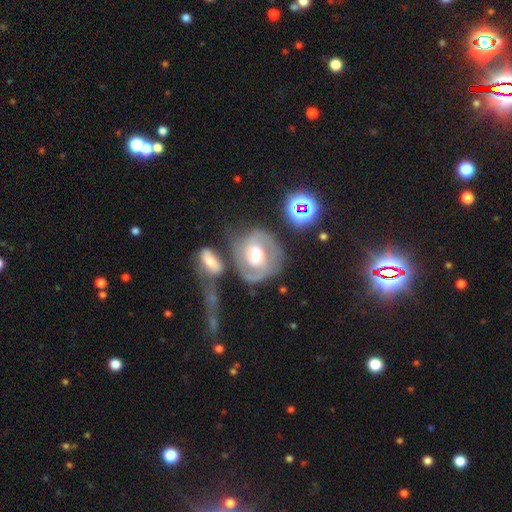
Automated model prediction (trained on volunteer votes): smooth-or-featured: featured or disk: 72% | smooth: 21% | star or artifact: 7%
  disk-edge-on: no: 97% | yes: 3%
    bar: no: 54% | weak: 34% | strong: 12%
    has-spiral-arms: yes: 80% | no: 20%
      spiral-winding: tight: 45% | medium: 39% | loose: 16%
      spiral-arm-count: 2: 71% | can't tell: 15% | 1: 8% | 3: 3% | 4: 2% | more than 4: 2%
    bulge-size: moderate: 60% | large: 29% | small: 7% | dominant: 3% | none: 2%
  merging: none: 50% | minor disturbance: 18% | merger: 17% | major disturbance: 15%